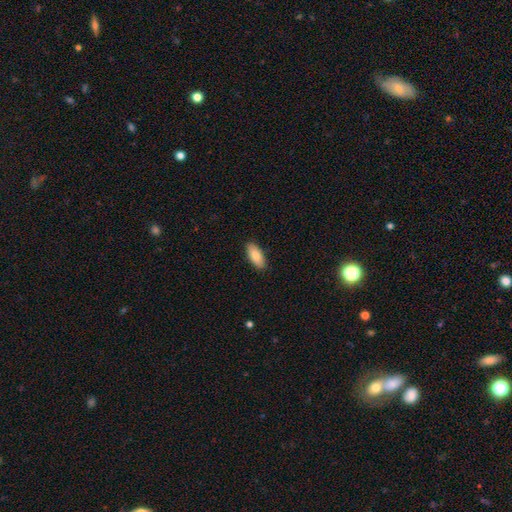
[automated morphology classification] smooth 83%, featured or disk 11%, star or artifact 6%. Down the decision tree: how rounded — in between (87%); merging — none (89%).